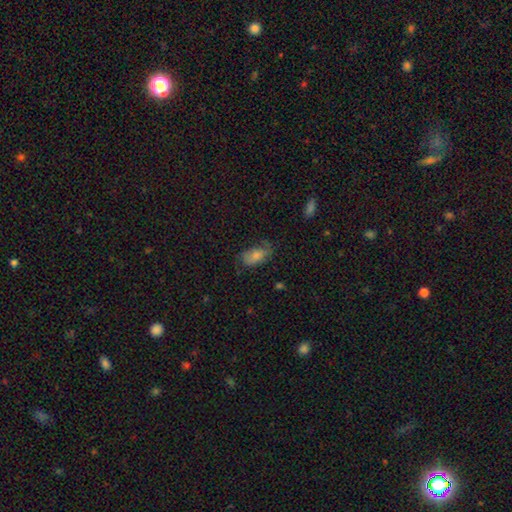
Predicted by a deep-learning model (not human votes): Morphology: type=smooth (78%); roundness=in between (91%); merging=none (51%).